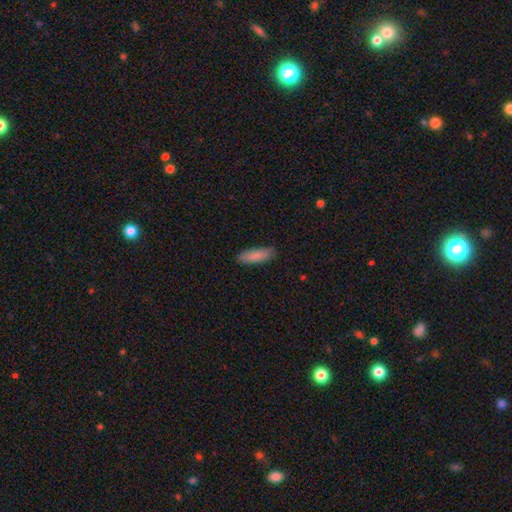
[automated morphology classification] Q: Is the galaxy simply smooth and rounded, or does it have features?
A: smooth — 88%.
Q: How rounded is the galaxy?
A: in between — 51%.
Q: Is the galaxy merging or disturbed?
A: none — 86%.